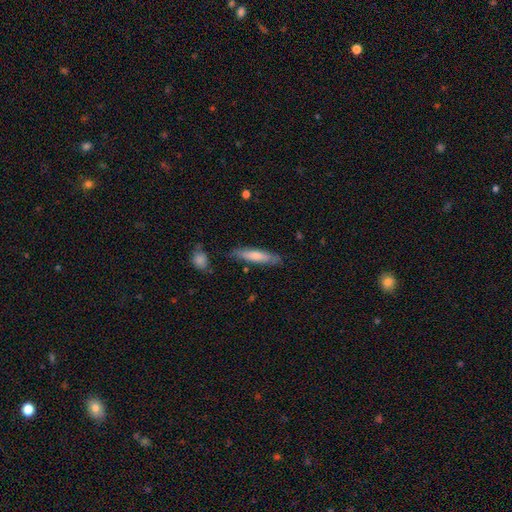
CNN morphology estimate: smooth-or-featured: smooth: 71% | featured or disk: 24% | star or artifact: 6%
  how-rounded: cigar-shaped: 82% | in between: 17% | round: 1%
  merging: none: 80% | minor disturbance: 15% | major disturbance: 3% | merger: 2%